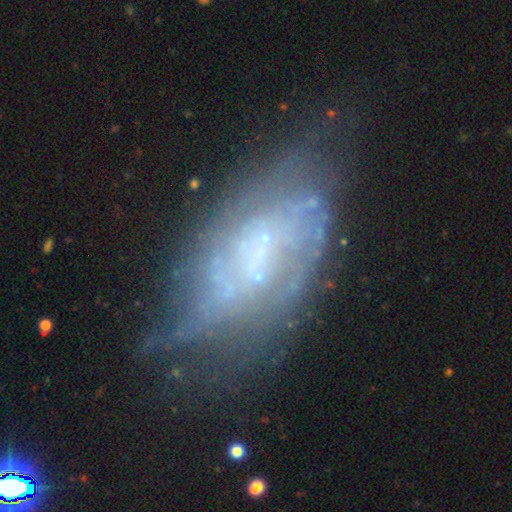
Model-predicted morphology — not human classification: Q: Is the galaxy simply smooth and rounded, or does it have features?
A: featured or disk — 70%.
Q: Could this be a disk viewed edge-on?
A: no — 92%.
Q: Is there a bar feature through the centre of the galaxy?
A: no — 63%.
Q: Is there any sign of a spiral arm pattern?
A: yes — 68%.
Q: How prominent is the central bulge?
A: small — 46%.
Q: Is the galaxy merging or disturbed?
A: none — 53%.